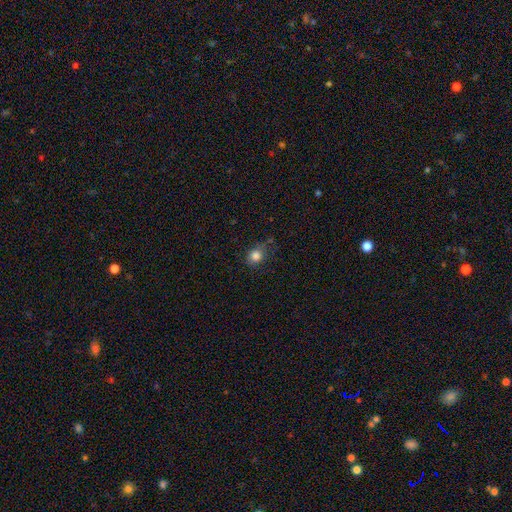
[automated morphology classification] Smooth or featured: smooth — 83% (star or artifact — 11%)
How rounded: round — 71% (in between — 28%)
Merging: none — 69% (minor disturbance — 22%)